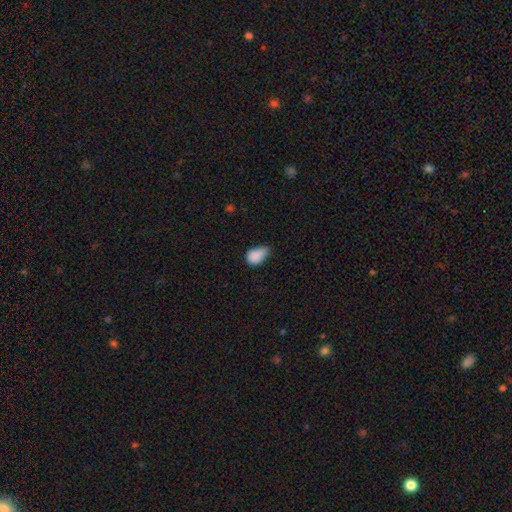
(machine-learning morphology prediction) Smooth or featured?
  - smooth: 86% *
  - star or artifact: 9%
  - featured or disk: 5%
How rounded?
  - in between: 86% *
  - round: 13%
  - cigar-shaped: 2%
Merging?
  - minor disturbance: 51% *
  - none: 34%
  - major disturbance: 12%
  - merger: 3%